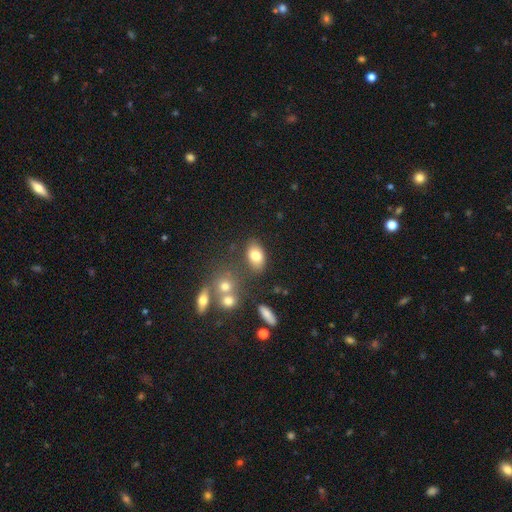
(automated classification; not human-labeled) A smooth galaxy with no disk features (78%) that is in between round and cigar-shaped (86%).

Vote fractions:
- Smooth or featured? smooth: 78% / featured or disk: 12% / star or artifact: 10%
- How rounded? in between: 86% / round: 12% / cigar-shaped: 2%
- Merging? none: 73% / minor disturbance: 14% / merger: 9% / major disturbance: 5%